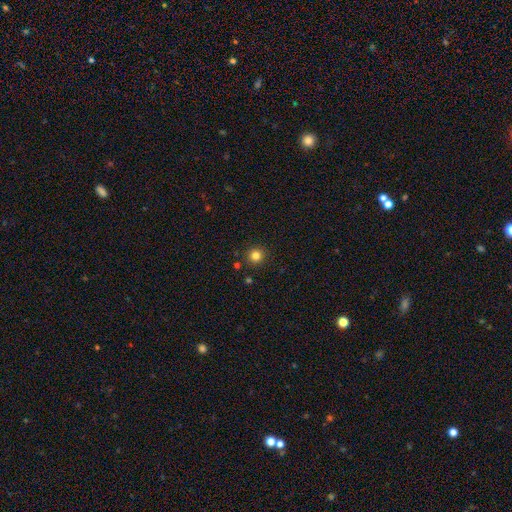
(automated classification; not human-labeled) This appears to be a smooth galaxy with no disk features (81%) that is round (95%). Merging: none (90%).